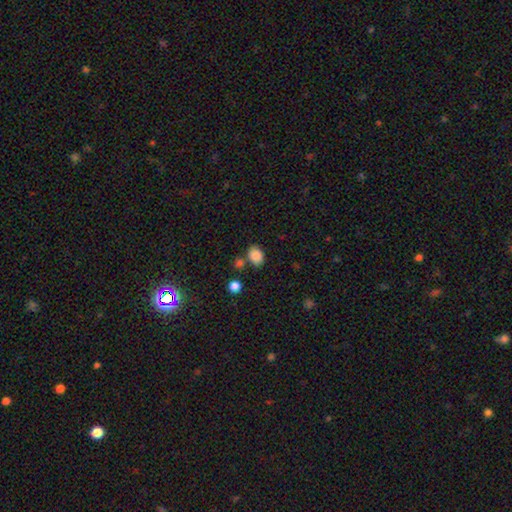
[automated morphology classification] This is clearly a smooth galaxy (86%). How rounded: likely in between (65%). Merging: likely none (69%).